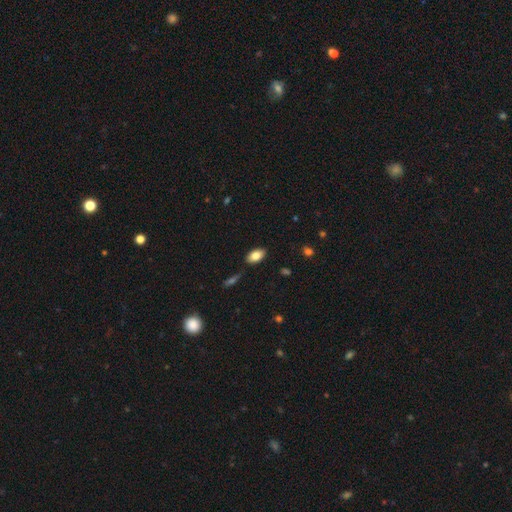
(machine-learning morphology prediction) Smooth or featured? Predicted: smooth (p=0.82). How rounded? Predicted: in between (p=0.93). Merging? Predicted: none (p=0.85).